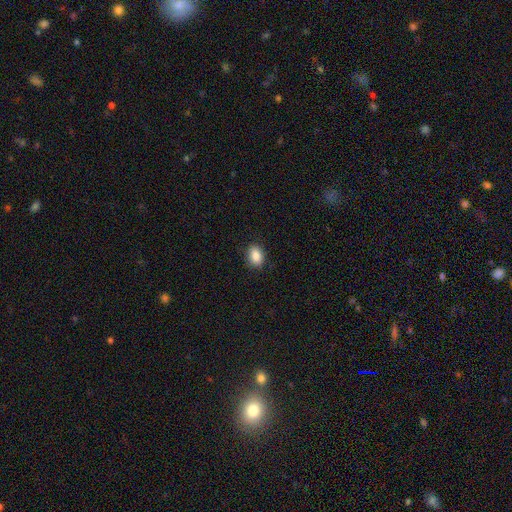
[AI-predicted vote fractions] Smooth or featured? smooth (87%)
How rounded? in between (79%)
Merging? none (87%)